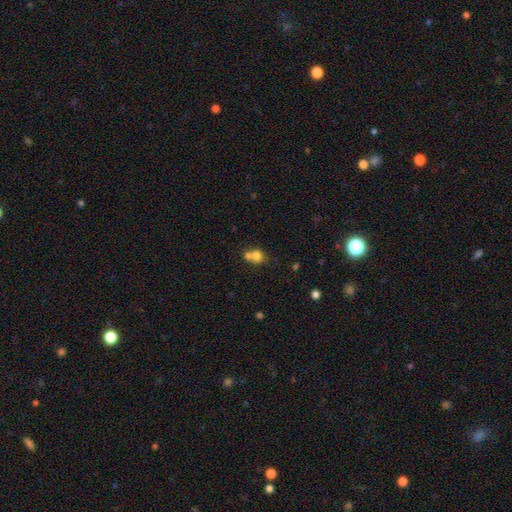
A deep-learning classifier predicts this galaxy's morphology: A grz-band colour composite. It shows a smooth galaxy with no disk features (74%) that is round (74%). Merging: merger (54%).